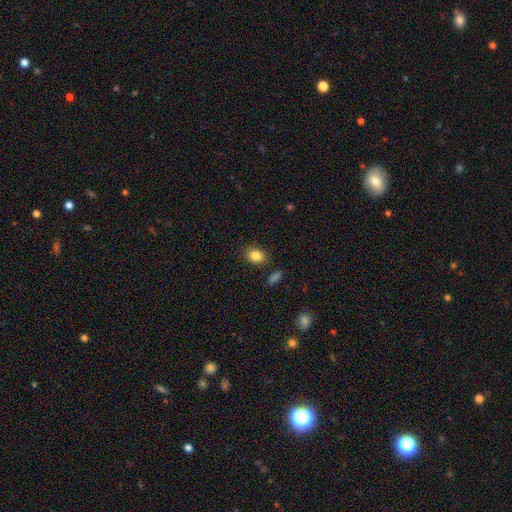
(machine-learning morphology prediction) The model was most divided on "how rounded": in between: 62%, round: 36%, cigar-shaped: 1%. More confident: merging — none (85%); smooth or featured — smooth (85%).